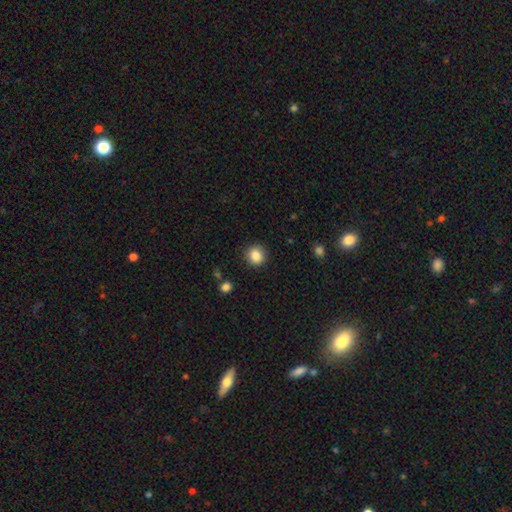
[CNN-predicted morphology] A smooth galaxy with no disk features (86%) that is round (85%).

Vote fractions:
- Smooth or featured? smooth: 86% / star or artifact: 10% / featured or disk: 5%
- How rounded? round: 85% / in between: 14% / cigar-shaped: 1%
- Merging? none: 89% / minor disturbance: 7% / major disturbance: 2% / merger: 1%